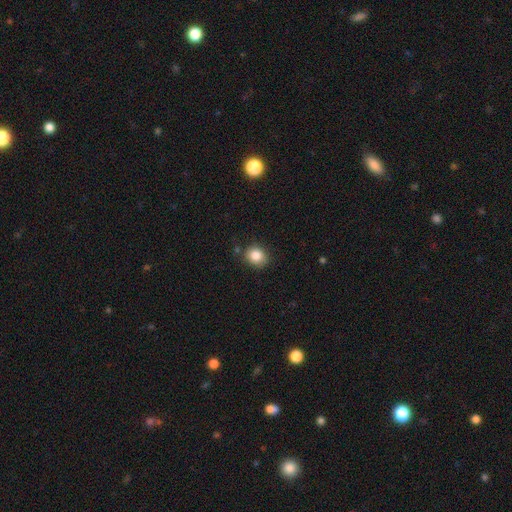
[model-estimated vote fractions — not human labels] Smooth or featured? smooth (85%)
How rounded? round (70%)
Merging? none (79%)